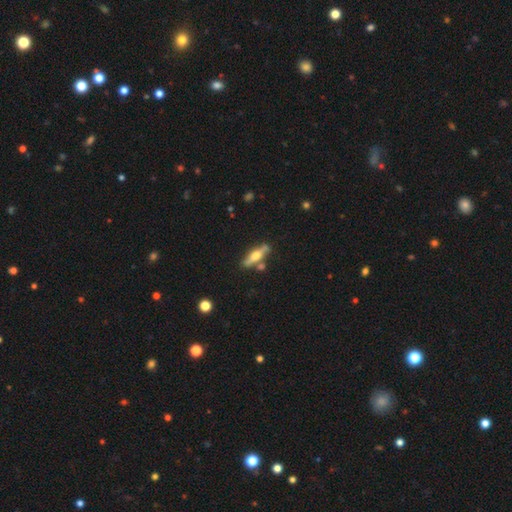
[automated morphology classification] This is possibly a featured or disk galaxy (58%). It is clearly viewed edge-on (93%). Edge-on bulge: clearly rounded (94%). Merging: likely none (77%).